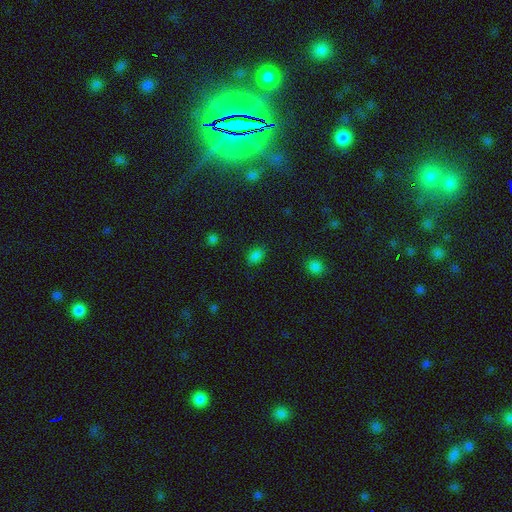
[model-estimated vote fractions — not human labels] Morphology: type=smooth (81%); roundness=in between (86%); merging=none (84%).